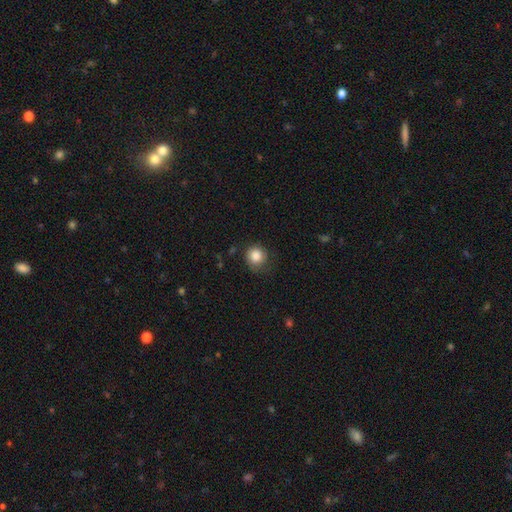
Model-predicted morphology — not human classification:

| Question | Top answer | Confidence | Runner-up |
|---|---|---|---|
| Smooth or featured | smooth | 86% | star or artifact (9%) |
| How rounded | round | 89% | in between (10%) |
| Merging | none | 71% | minor disturbance (21%) |